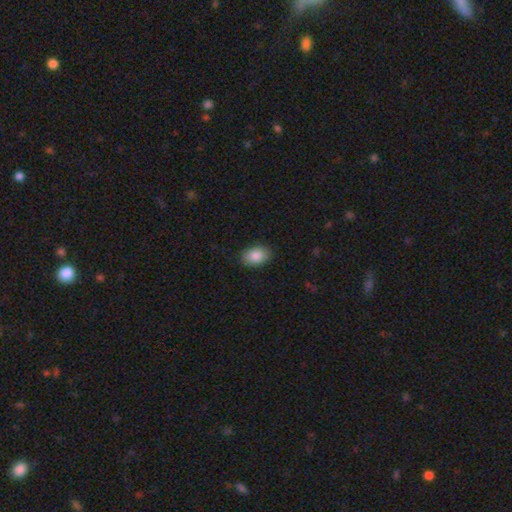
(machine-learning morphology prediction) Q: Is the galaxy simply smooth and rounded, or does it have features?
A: smooth — 87%.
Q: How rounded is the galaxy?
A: in between — 86%.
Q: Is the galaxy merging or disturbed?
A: none — 89%.